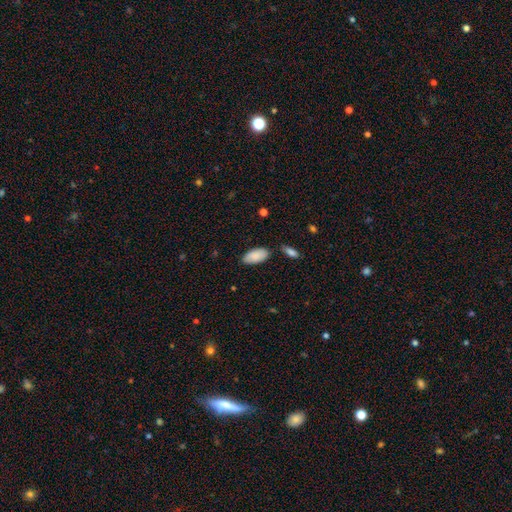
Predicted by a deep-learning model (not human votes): Smooth or featured?
  - smooth: 87% *
  - featured or disk: 7%
  - star or artifact: 6%
How rounded?
  - in between: 93% *
  - cigar-shaped: 5%
  - round: 2%
Merging?
  - none: 79% *
  - minor disturbance: 14%
  - merger: 4%
  - major disturbance: 3%